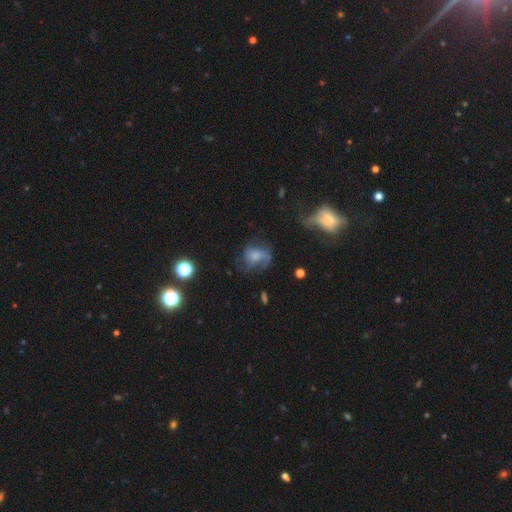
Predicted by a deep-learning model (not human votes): Smooth or featured: featured or disk — 54% (smooth — 33%)
Edge-on disk: no — 97% (yes — 3%)
Bar: no — 71% (weak — 24%)
Spiral arms: yes — 74% (no — 26%)
Bulge size: none — 30% (moderate — 28%)
Merging: none — 40% (major disturbance — 35%)